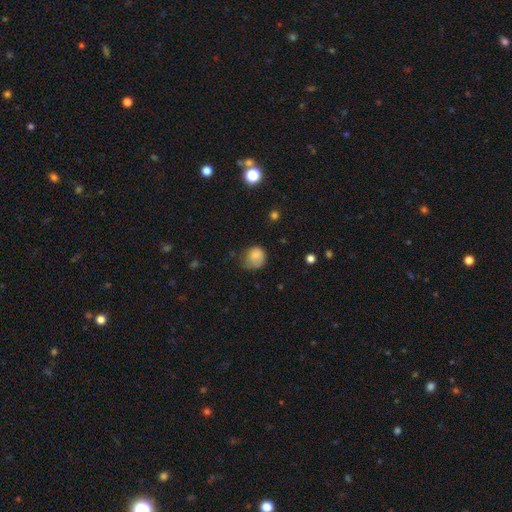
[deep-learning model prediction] smooth 81%, star or artifact 10%, featured or disk 9%. Down the decision tree: how rounded — round (74%); merging — none (47%).